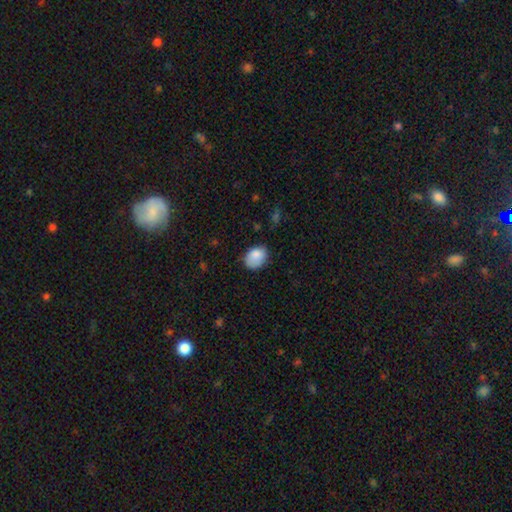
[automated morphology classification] smooth-or-featured: smooth: 84% | featured or disk: 9% | star or artifact: 8%
  how-rounded: in between: 65% | round: 34% | cigar-shaped: 1%
  merging: none: 63% | minor disturbance: 28% | major disturbance: 7% | merger: 2%